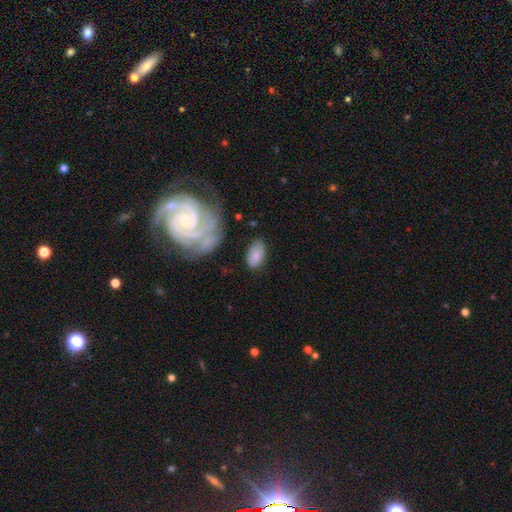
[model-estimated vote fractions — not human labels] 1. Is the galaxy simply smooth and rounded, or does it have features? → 79% smooth, 14% featured or disk, 7% star or artifact.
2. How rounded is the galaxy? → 94% in between, 5% round, 2% cigar-shaped.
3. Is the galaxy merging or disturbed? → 72% none, 18% minor disturbance, 6% major disturbance, 5% merger.